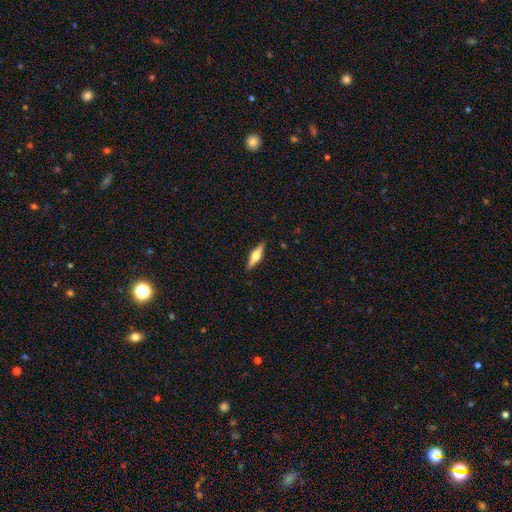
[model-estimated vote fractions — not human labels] The model was most divided on "smooth or featured": featured or disk: 61%, smooth: 33%, star or artifact: 6%. More confident: edge-on disk — yes (96%); edge-on bulge — rounded (93%); merging — none (90%).